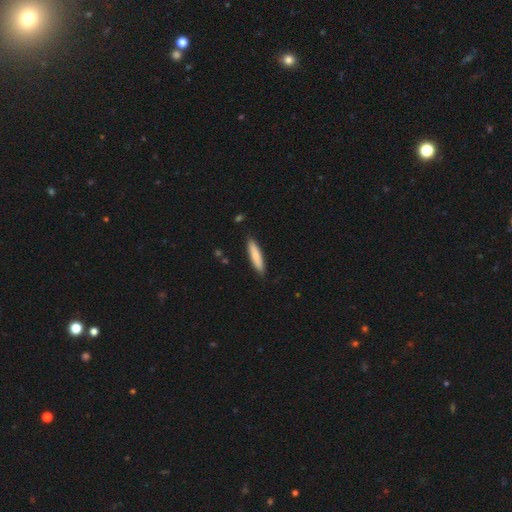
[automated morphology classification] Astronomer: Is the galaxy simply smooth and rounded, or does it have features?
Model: smooth — 81%.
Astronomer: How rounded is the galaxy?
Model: cigar-shaped — 84%.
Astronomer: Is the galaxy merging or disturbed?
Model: none — 88%.